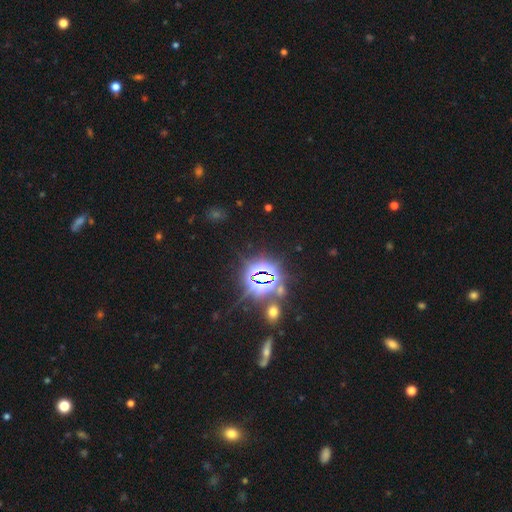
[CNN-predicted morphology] star or artifact 82%, smooth 11%, featured or disk 7%.